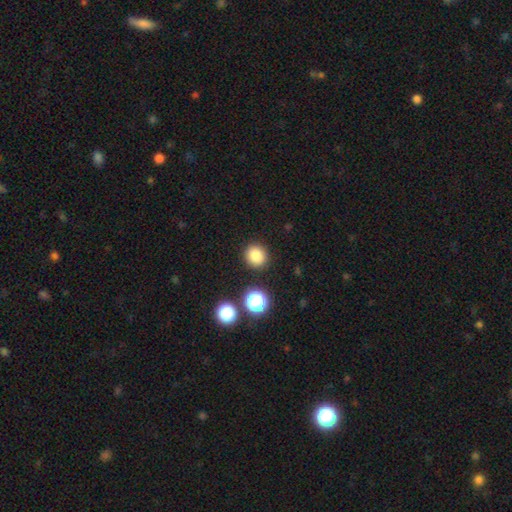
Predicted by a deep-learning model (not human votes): smooth-or-featured: smooth: 83% | star or artifact: 12% | featured or disk: 5%
  how-rounded: round: 85% | in between: 14% | cigar-shaped: 1%
  merging: none: 88% | minor disturbance: 7% | merger: 3% | major disturbance: 2%